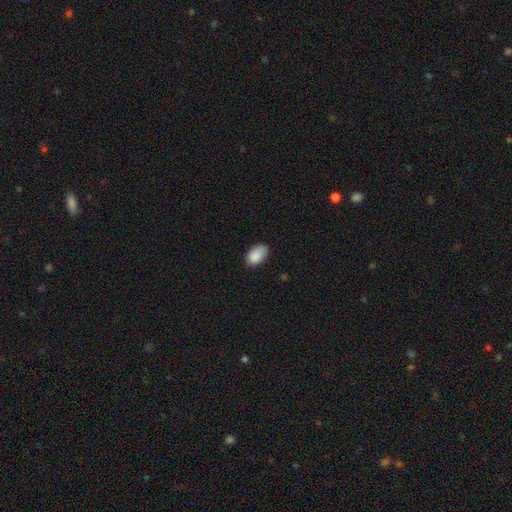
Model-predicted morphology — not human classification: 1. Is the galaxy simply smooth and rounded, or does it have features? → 88% smooth, 7% star or artifact, 4% featured or disk.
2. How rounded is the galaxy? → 92% in between, 7% round, 1% cigar-shaped.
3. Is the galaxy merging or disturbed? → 73% none, 22% minor disturbance, 3% major disturbance, 1% merger.